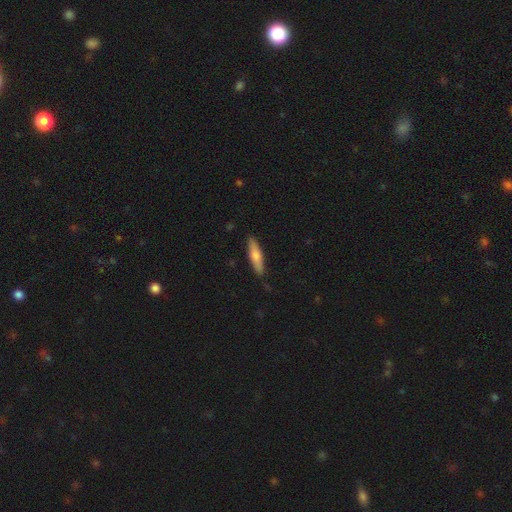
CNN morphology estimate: Smooth or featured: smooth — 67% (featured or disk — 28%)
How rounded: cigar-shaped — 76% (in between — 22%)
Merging: none — 87% (minor disturbance — 10%)